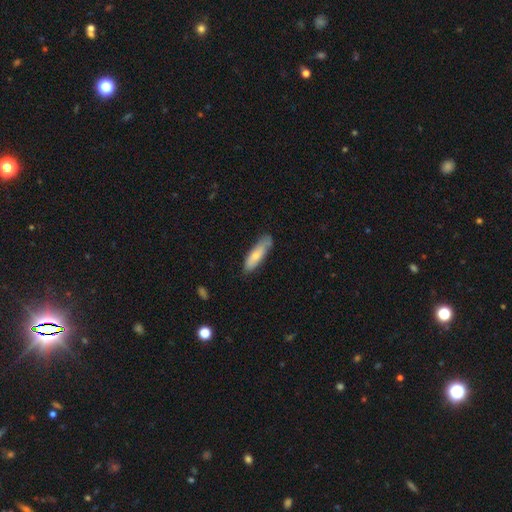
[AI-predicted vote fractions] Smooth or featured: smooth — 69% (featured or disk — 25%)
How rounded: cigar-shaped — 53% (in between — 45%)
Merging: none — 61% (minor disturbance — 29%)